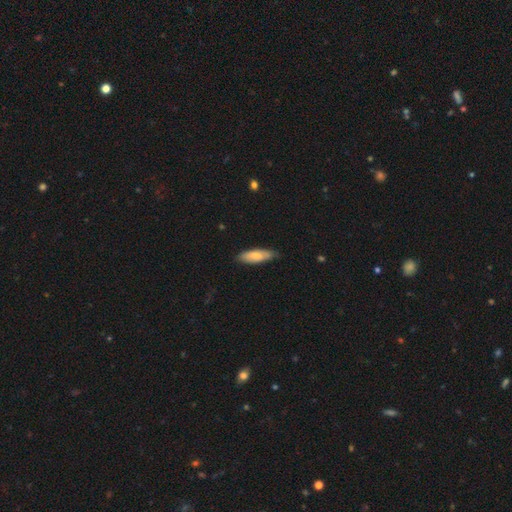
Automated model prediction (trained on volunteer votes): This appears to be a smooth galaxy with no disk features (76%) that is in between round and cigar-shaped (49%, tied with cigar-shaped). Merging: none (74%).